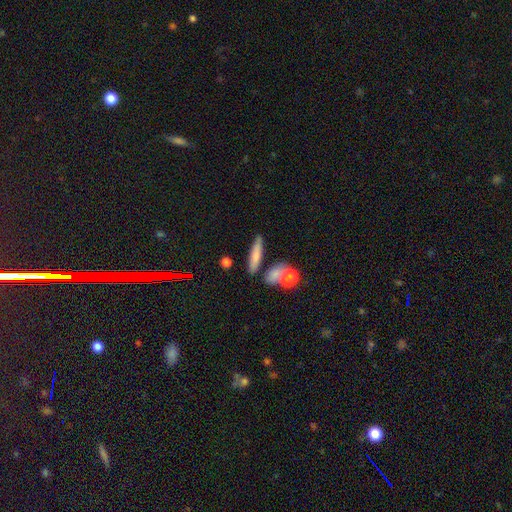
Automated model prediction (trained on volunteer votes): A smooth galaxy with no disk features (73%) that is cigar-shaped (75%).

Vote fractions:
- Smooth or featured? smooth: 73% / featured or disk: 18% / star or artifact: 9%
- How rounded? cigar-shaped: 75% / in between: 20% / round: 6%
- Merging? none: 72% / merger: 12% / minor disturbance: 12% / major disturbance: 4%